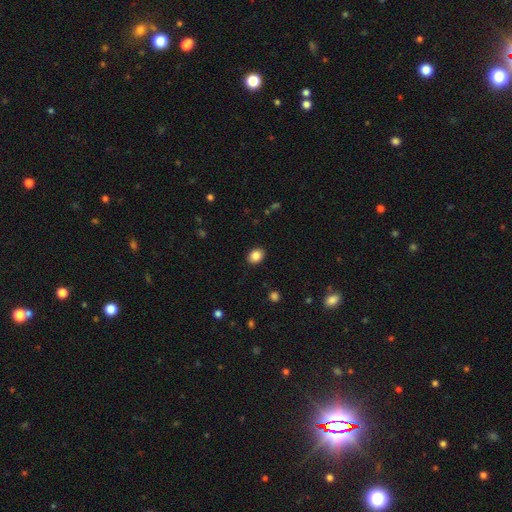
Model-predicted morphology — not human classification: smooth_or_featured: smooth (p=0.87) [alt: star or artifact p=0.09]
how_rounded: in between (p=0.59) [alt: round p=0.40]
merging: none (p=0.90) [alt: minor disturbance p=0.07]